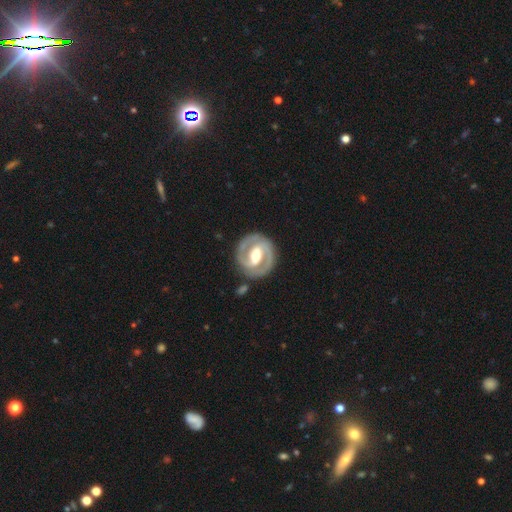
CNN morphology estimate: The model was most divided on "spiral winding": tight: 56%, medium: 38%, loose: 6%. More confident: edge-on disk — no (98%); spiral arms — yes (93%); spiral arm count — 2 (91%); smooth or featured — featured or disk (88%); merging — none (84%); bulge size — moderate (68%); bar — strong (55%).